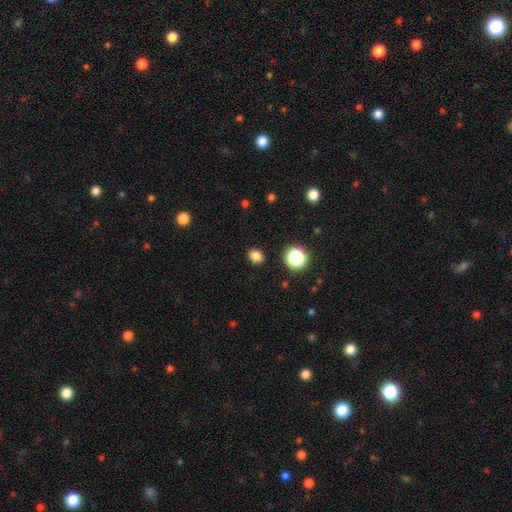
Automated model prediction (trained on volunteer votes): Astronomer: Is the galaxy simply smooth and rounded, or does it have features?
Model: smooth — 82%.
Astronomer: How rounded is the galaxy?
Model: round — 50% (runner-up: in between, 49%).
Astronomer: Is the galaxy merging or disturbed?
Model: none — 89%.